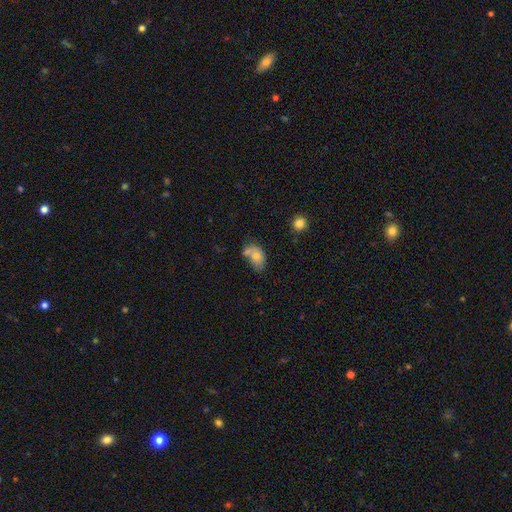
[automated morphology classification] smooth_or_featured: smooth (p=0.67) [alt: featured or disk p=0.24]
how_rounded: in between (p=0.82) [alt: round p=0.16]
merging: merger (p=0.38) [alt: none p=0.32]